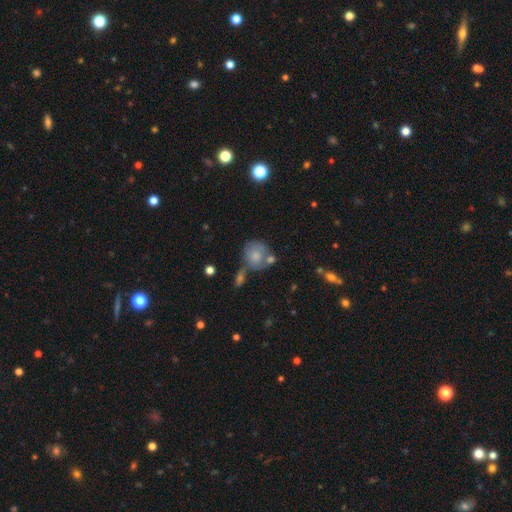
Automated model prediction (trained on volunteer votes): Overall: smooth (65%; featured or disk 27%). How rounded: round (77%). Merging: none (41%; merger 29%).